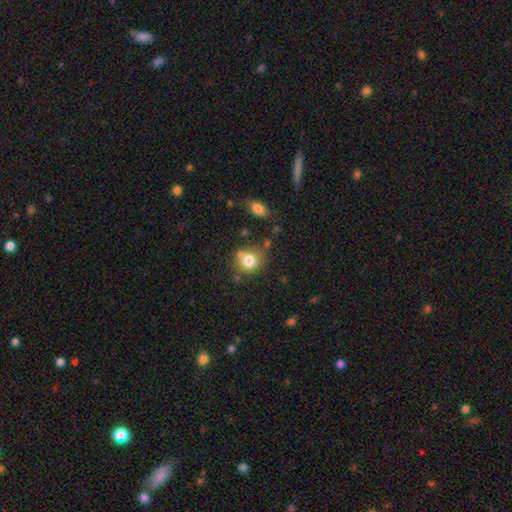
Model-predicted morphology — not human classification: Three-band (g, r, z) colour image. It shows a smooth galaxy with no disk features (76%) that is round (81%). Merging: none (66%).